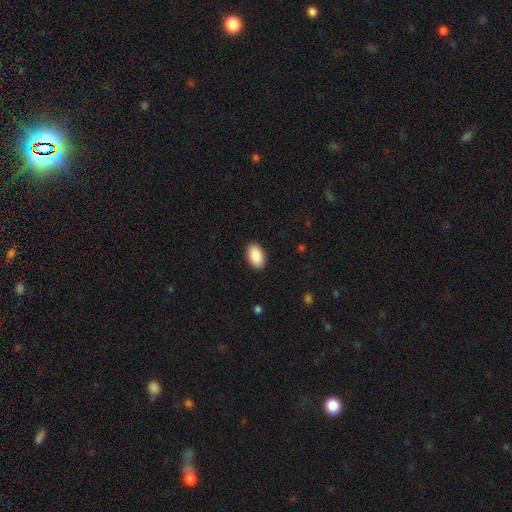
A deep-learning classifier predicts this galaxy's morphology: This appears to be a smooth galaxy with no disk features (91%) that is in between round and cigar-shaped (94%). Merging: none (90%).